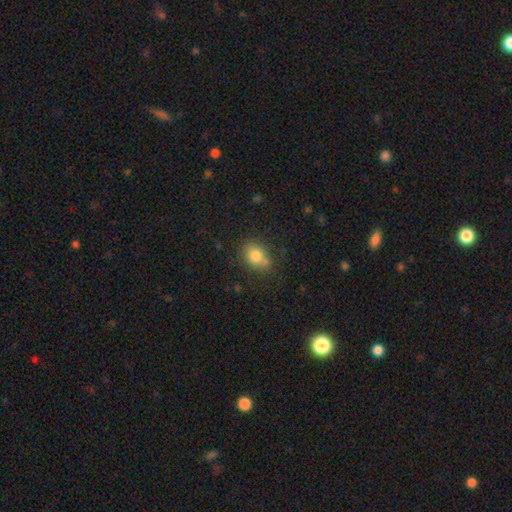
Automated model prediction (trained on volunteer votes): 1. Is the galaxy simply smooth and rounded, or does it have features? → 80% smooth, 10% featured or disk, 10% star or artifact.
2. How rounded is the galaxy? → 56% in between, 43% round, 1% cigar-shaped.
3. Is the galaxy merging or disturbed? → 63% none, 21% minor disturbance, 10% merger, 6% major disturbance.